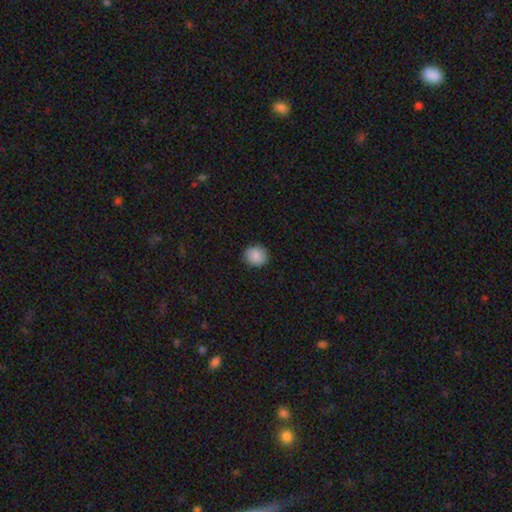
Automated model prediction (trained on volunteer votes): The model was most divided on "how rounded": round: 80%, in between: 19%, cigar-shaped: 1%. More confident: merging — none (88%); smooth or featured — smooth (87%).